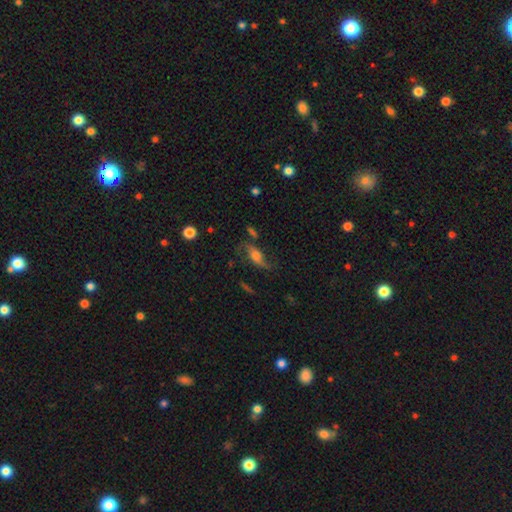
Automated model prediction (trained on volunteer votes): Smooth or featured: featured or disk — 70% (smooth — 20%)
Edge-on disk: no — 88% (yes — 12%)
Bar: no — 53% (weak — 33%)
Spiral arms: yes — 91% (no — 9%)
Spiral winding: loose — 79% (medium — 17%)
Spiral arm count: 2 — 90% (1 — 4%)
Bulge size: moderate — 45% (small — 24%)
Merging: none — 62% (minor disturbance — 19%)